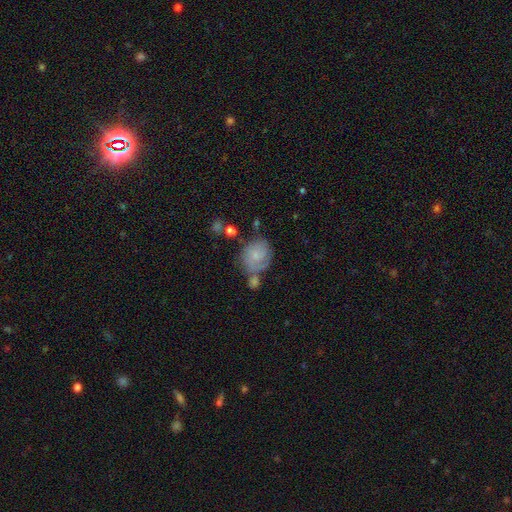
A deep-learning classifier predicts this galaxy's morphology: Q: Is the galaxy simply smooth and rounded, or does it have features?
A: featured or disk — 51%.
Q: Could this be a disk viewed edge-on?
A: no — 97%.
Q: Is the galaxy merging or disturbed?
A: none — 47%.